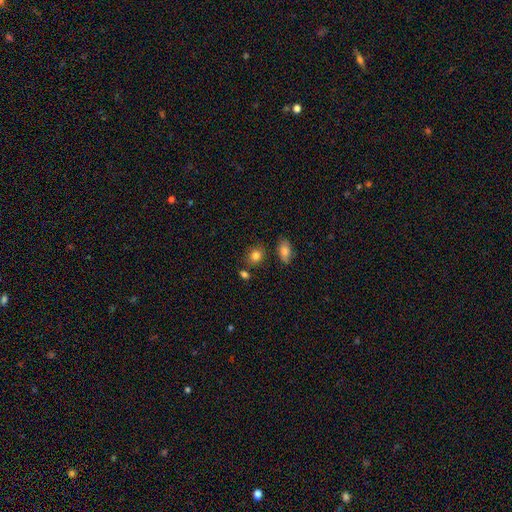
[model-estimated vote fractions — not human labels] A smooth galaxy with no disk features (83%) that is round (60%).

Vote fractions:
- Smooth or featured? smooth: 83% / star or artifact: 10% / featured or disk: 7%
- How rounded? round: 60% / in between: 38% / cigar-shaped: 1%
- Merging? none: 76% / minor disturbance: 13% / merger: 8% / major disturbance: 3%